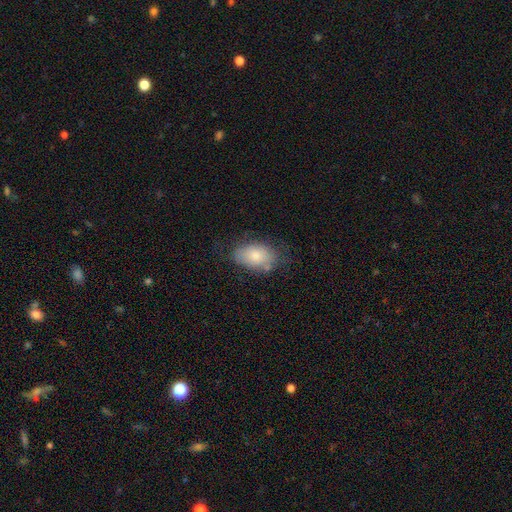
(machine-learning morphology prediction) Smooth or featured? smooth (79%)
How rounded? in between (89%)
Merging? none (64%)